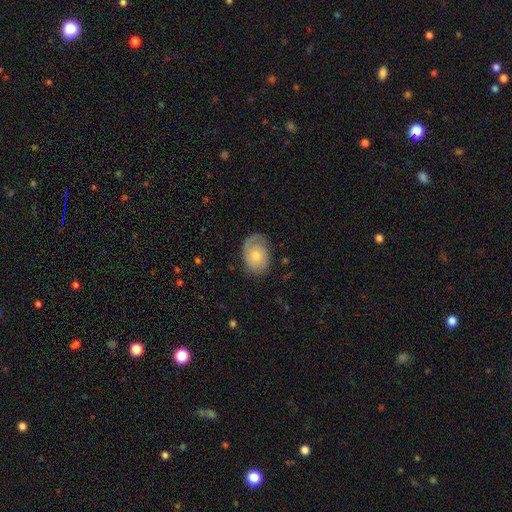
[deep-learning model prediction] This is possibly a featured or disk galaxy (57%). It is clearly not viewed edge-on (96%). Bar: likely no (80%). Spiral arm pattern: clearly yes (84%). Central bulge: possibly moderate (54%). Merging: likely none (72%).